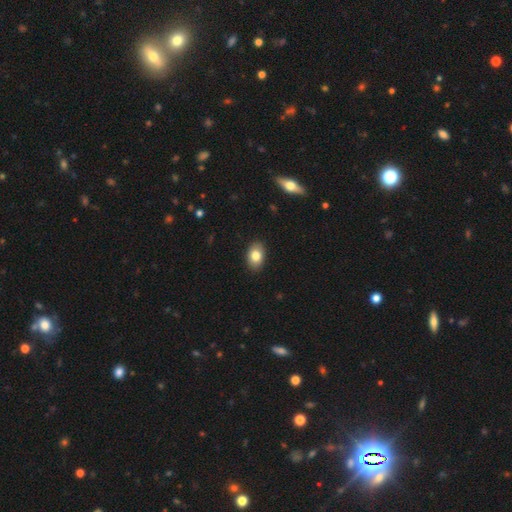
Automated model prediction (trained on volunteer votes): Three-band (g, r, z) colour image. It shows a smooth galaxy with no disk features (81%) that is in between round and cigar-shaped (84%). Merging: none (88%).